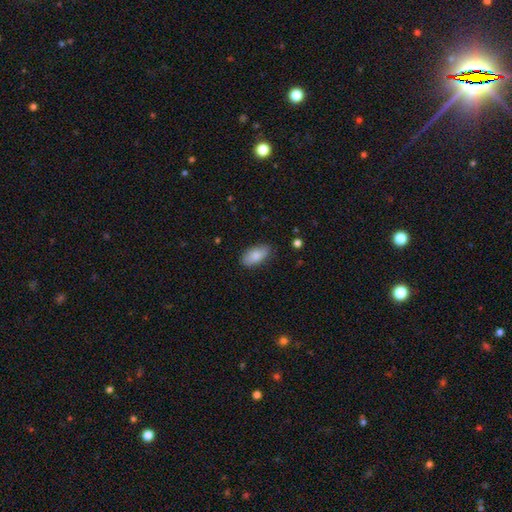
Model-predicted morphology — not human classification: Smooth or featured: smooth — 84% (featured or disk — 10%)
How rounded: in between — 92% (cigar-shaped — 6%)
Merging: none — 83% (minor disturbance — 13%)